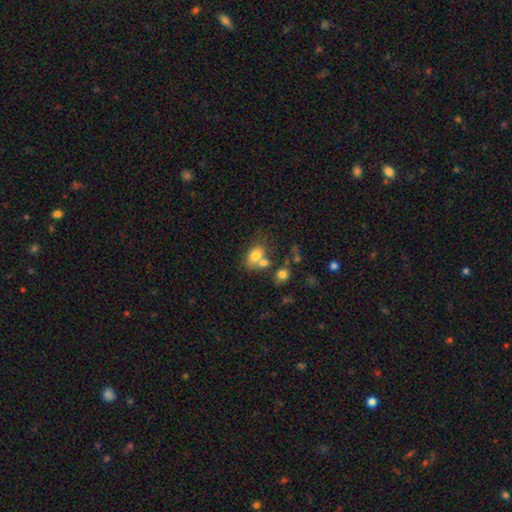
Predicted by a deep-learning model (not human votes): smooth 75%, featured or disk 15%, star or artifact 10%. Down the decision tree: how rounded — in between (75%); merging — merger (40%).